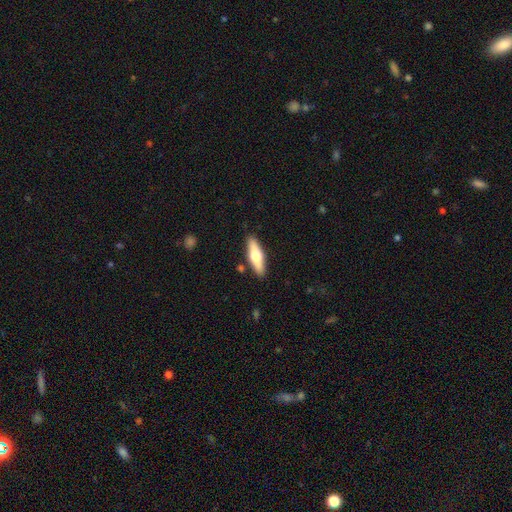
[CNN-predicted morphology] type=smooth (52%); roundness=cigar-shaped (62%); merging=none (87%).